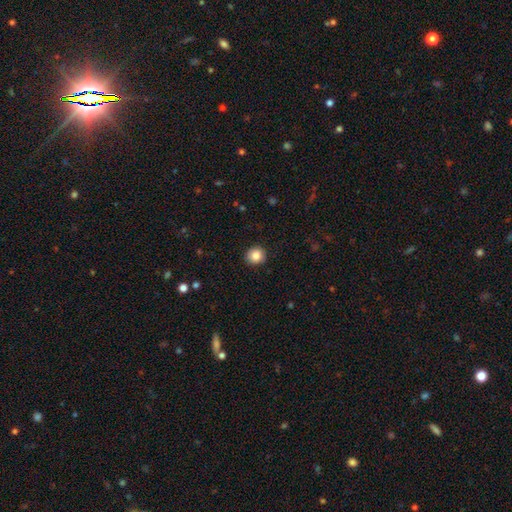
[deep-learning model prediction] smooth-or-featured: smooth: 86% | star or artifact: 9% | featured or disk: 4%
  how-rounded: round: 90% | in between: 9% | cigar-shaped: 1%
  merging: none: 90% | minor disturbance: 7% | major disturbance: 2% | merger: 1%